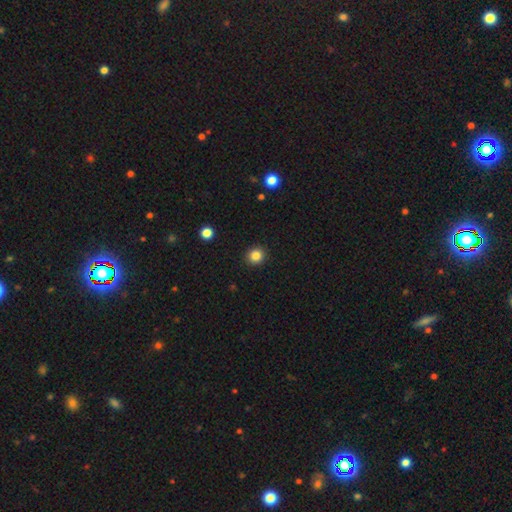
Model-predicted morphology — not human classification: The model was most divided on "smooth or featured": smooth: 84%, star or artifact: 11%, featured or disk: 4%. More confident: merging — none (93%); how rounded — round (91%).